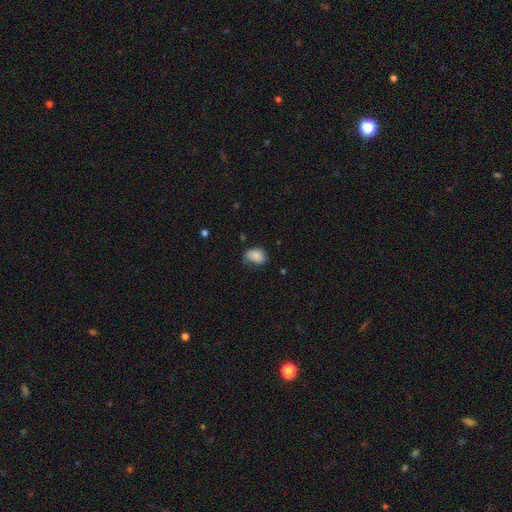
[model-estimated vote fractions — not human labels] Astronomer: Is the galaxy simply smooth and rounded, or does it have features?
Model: smooth — 84%.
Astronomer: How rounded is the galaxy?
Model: in between — 76%.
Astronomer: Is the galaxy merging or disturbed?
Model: none — 51% (runner-up: minor disturbance, 36%).